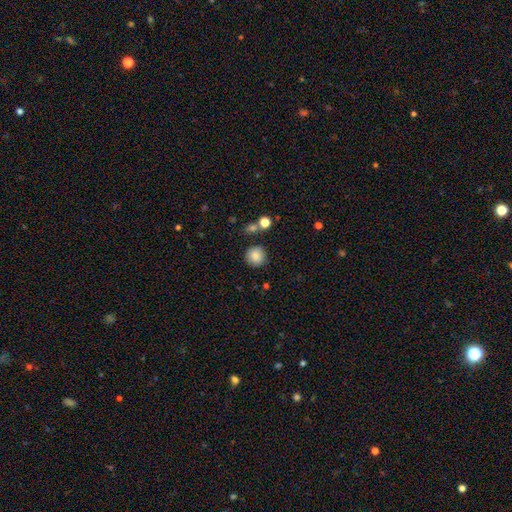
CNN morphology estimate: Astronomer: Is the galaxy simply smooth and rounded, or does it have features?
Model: smooth — 86%.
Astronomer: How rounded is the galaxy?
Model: round — 94%.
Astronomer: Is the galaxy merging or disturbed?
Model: none — 84%.